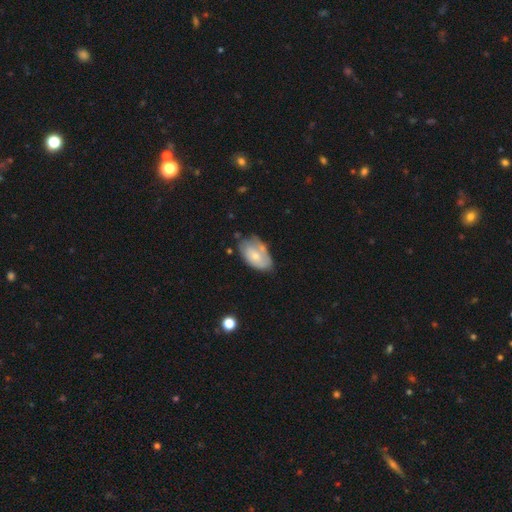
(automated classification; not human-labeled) Smooth or featured? Predicted: smooth (p=0.55). How rounded? Predicted: in between (p=0.92). Merging? Predicted: none (p=0.49).